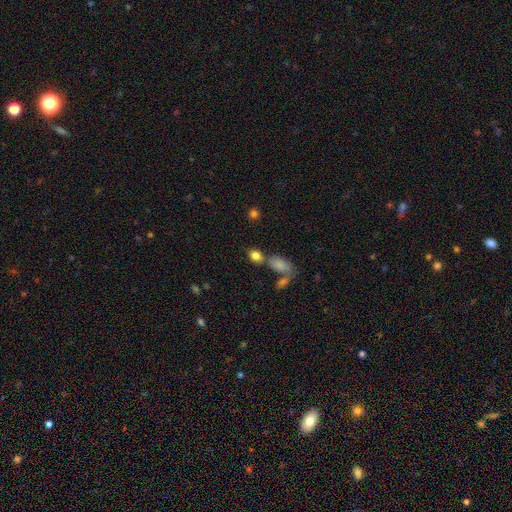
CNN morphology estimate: Q: Smooth or featured?
A: smooth (81%); runner-up: star or artifact (10%)
Q: How rounded?
A: in between (69%); runner-up: round (28%)
Q: Merging?
A: none (52%); runner-up: merger (27%)